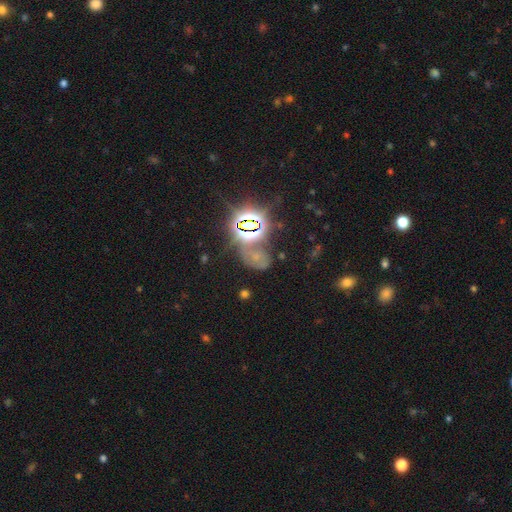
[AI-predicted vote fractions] star or artifact 58%, smooth 26%, featured or disk 16%.